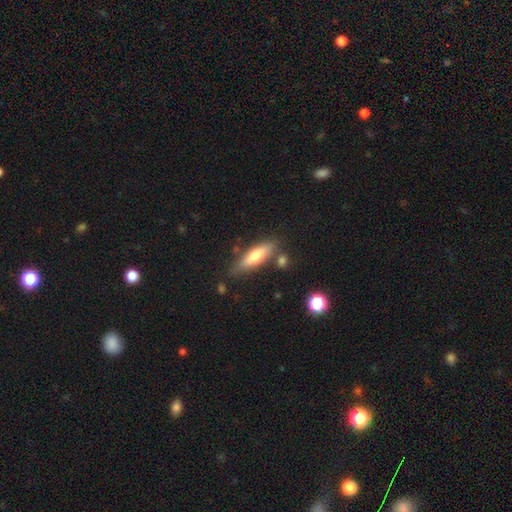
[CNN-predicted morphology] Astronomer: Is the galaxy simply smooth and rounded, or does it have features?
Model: smooth — 62%.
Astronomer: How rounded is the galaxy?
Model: cigar-shaped — 61% (runner-up: in between, 37%).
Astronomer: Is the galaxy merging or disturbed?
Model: none — 75%.